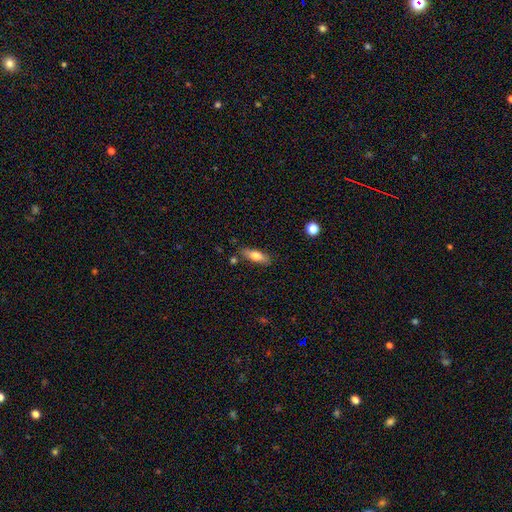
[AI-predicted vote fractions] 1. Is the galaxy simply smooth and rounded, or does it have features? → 70% smooth, 23% featured or disk, 7% star or artifact.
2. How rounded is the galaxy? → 59% in between, 39% cigar-shaped, 3% round.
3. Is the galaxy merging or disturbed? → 80% none, 13% minor disturbance, 4% merger, 3% major disturbance.